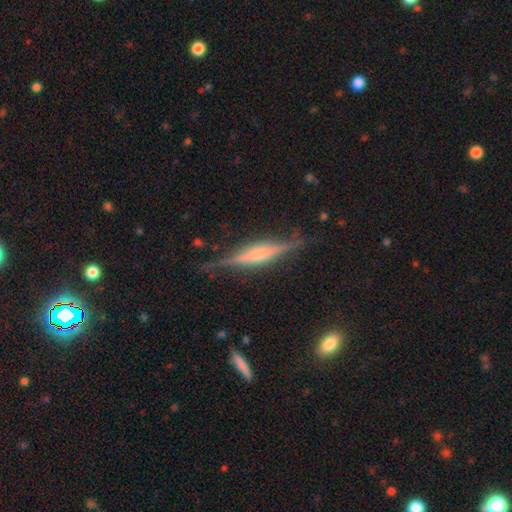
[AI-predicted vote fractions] Smooth or featured: featured or disk — 76% (smooth — 17%)
Edge-on disk: yes — 97% (no — 3%)
Edge-on bulge: rounded — 52% (boxy — 34%)
Merging: none — 82% (minor disturbance — 13%)